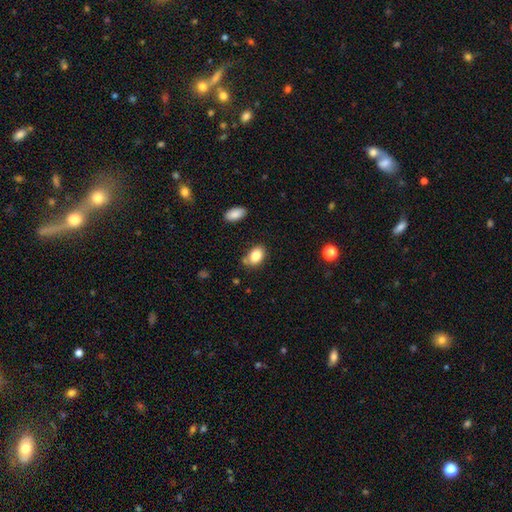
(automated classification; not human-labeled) smooth-or-featured: smooth: 85% | star or artifact: 8% | featured or disk: 7%
  how-rounded: in between: 81% | round: 18% | cigar-shaped: 1%
  merging: none: 66% | minor disturbance: 22% | merger: 7% | major disturbance: 5%